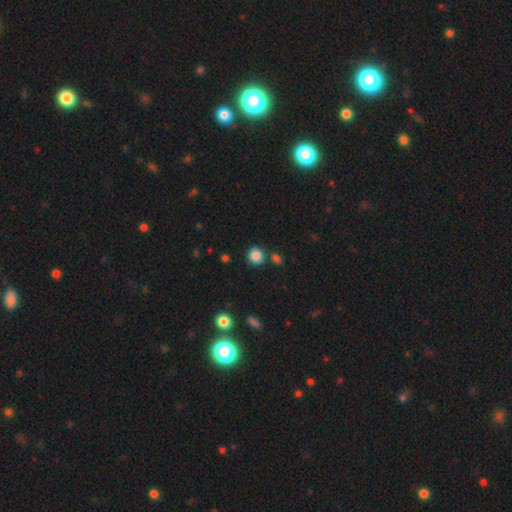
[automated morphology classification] smooth-or-featured: smooth: 86% | star or artifact: 10% | featured or disk: 4%
  how-rounded: round: 89% | in between: 10% | cigar-shaped: 1%
  merging: none: 81% | minor disturbance: 8% | merger: 8% | major disturbance: 3%